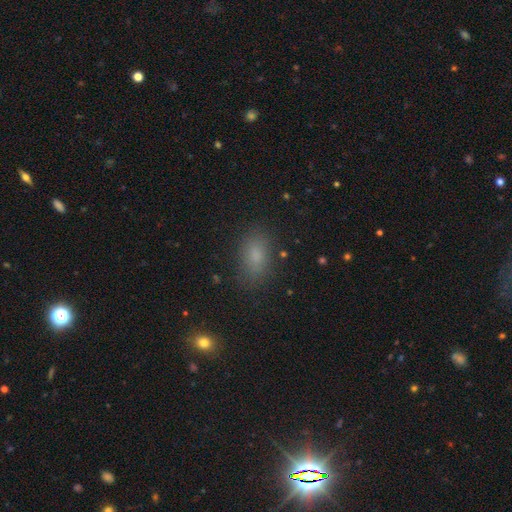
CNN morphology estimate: Smooth or featured? smooth (79%)
How rounded? in between (86%)
Merging? none (82%)